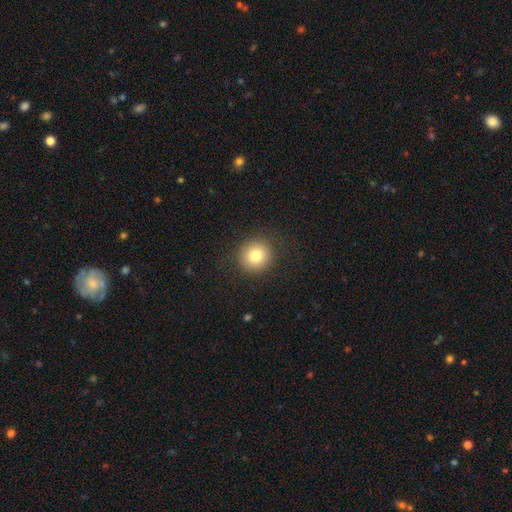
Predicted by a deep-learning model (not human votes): Smooth or featured?
  - smooth: 80% *
  - star or artifact: 10%
  - featured or disk: 9%
How rounded?
  - round: 91% *
  - in between: 8%
  - cigar-shaped: 1%
Merging?
  - none: 89% *
  - minor disturbance: 7%
  - major disturbance: 3%
  - merger: 1%